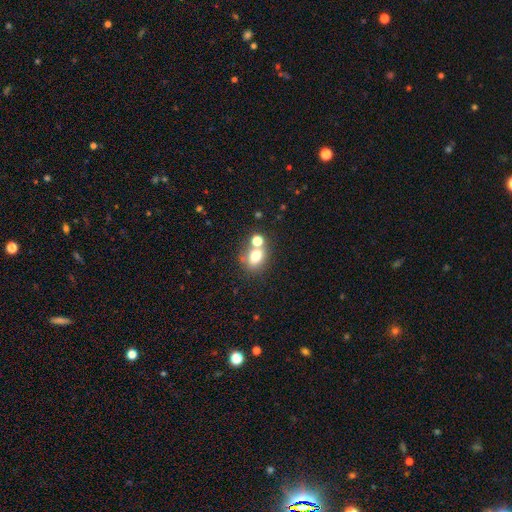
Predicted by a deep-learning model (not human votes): smooth 72%, star or artifact 14%, featured or disk 13%. Down the decision tree: how rounded — in between (51%); merging — none (49%).